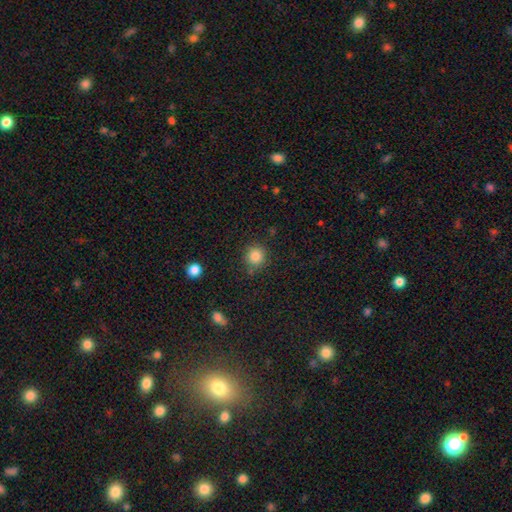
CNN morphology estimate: This appears to be a smooth galaxy with no disk features (84%) that is round (90%). Merging: none (82%).